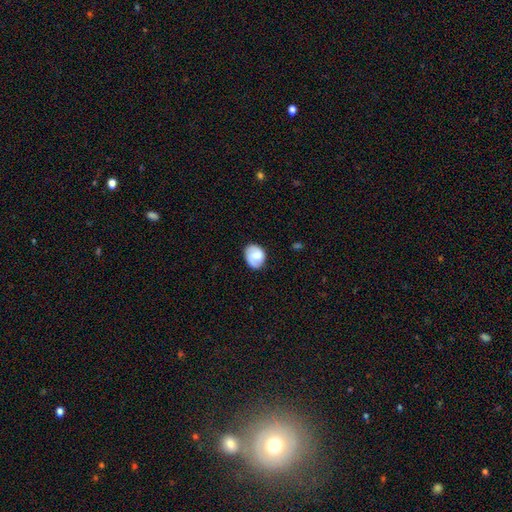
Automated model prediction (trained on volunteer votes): Smooth or featured: smooth — 70% (featured or disk — 22%)
How rounded: in between — 56% (round — 44%)
Merging: none — 69% (minor disturbance — 24%)